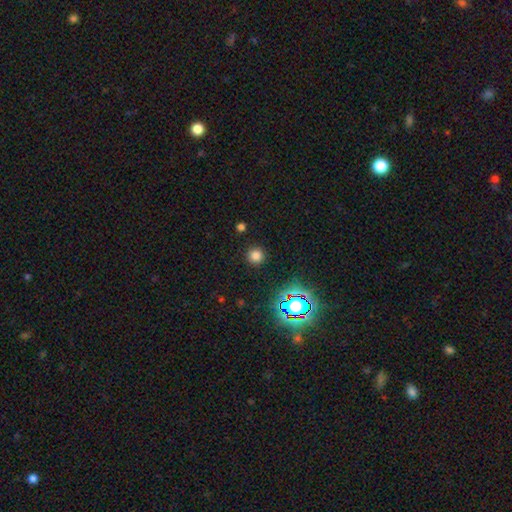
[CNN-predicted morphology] Overall: smooth (76%). How rounded: round (95%). Merging: none (91%).